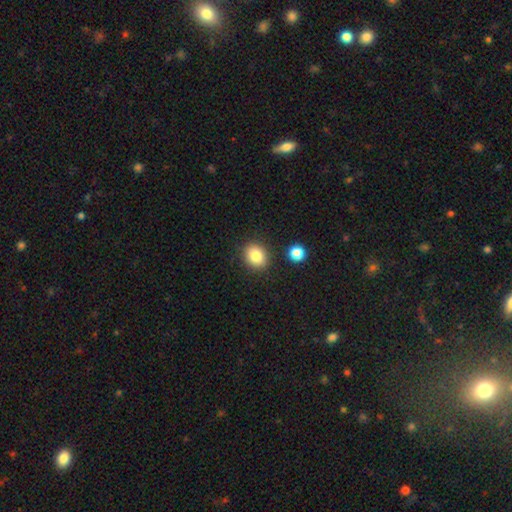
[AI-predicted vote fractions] smooth_or_featured: smooth (p=0.83) [alt: star or artifact p=0.10]
how_rounded: round (p=0.62) [alt: in between p=0.37]
merging: none (p=0.85) [alt: minor disturbance p=0.08]